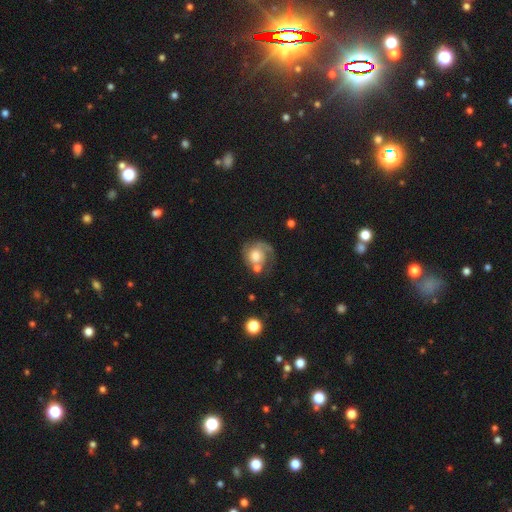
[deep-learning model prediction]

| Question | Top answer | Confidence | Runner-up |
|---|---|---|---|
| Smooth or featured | featured or disk | 61% | smooth (32%) |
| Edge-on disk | no | 98% | yes (2%) |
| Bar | no | 79% | weak (18%) |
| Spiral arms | yes | 84% | no (16%) |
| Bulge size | moderate | 40% | large (37%) |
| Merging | none | 44% | major disturbance (22%) |